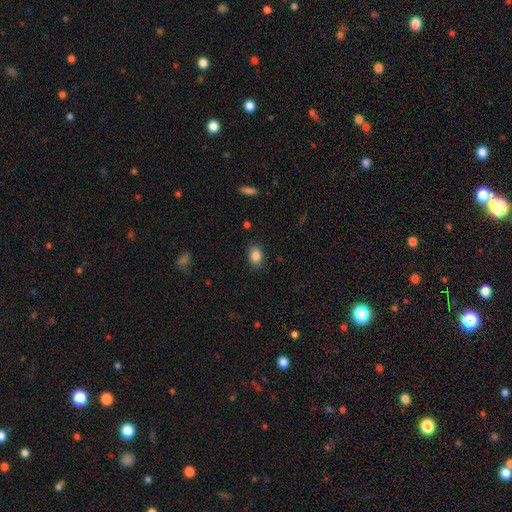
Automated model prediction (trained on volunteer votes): Q: Smooth or featured?
A: smooth (86%); runner-up: star or artifact (9%)
Q: How rounded?
A: in between (76%); runner-up: round (23%)
Q: Merging?
A: none (87%); runner-up: minor disturbance (10%)